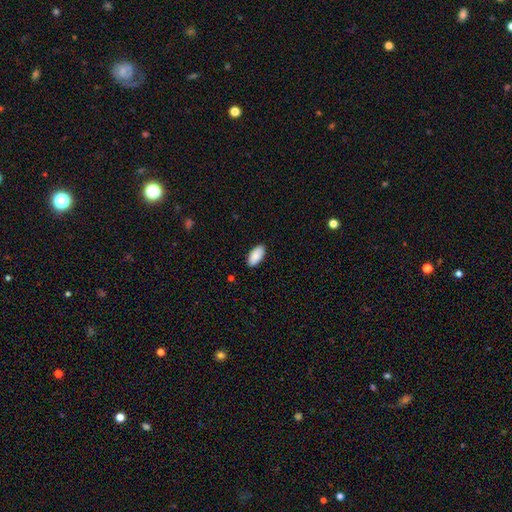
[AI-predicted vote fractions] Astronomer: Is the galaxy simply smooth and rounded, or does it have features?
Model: smooth — 89%.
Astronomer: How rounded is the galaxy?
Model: in between — 94%.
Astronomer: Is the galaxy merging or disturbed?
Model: none — 88%.